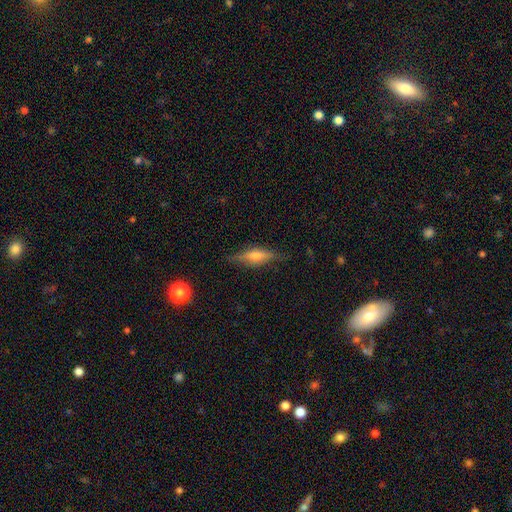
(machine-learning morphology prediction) Smooth or featured? featured or disk (61%)
Edge-on disk? yes (94%)
Edge-on bulge? rounded (81%)
Merging? none (82%)